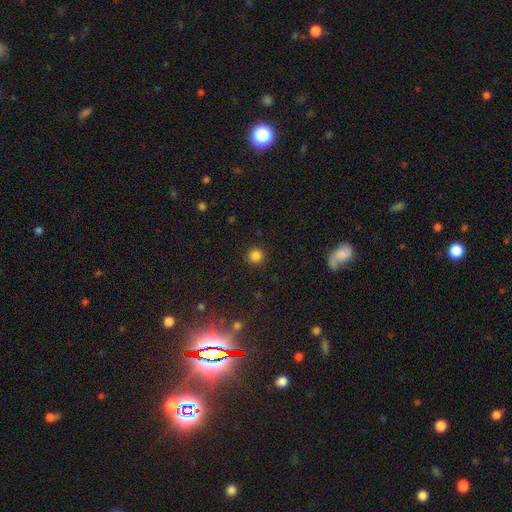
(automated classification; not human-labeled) Smooth or featured? Predicted: smooth (p=0.84). How rounded? Predicted: round (p=0.94). Merging? Predicted: none (p=0.91).